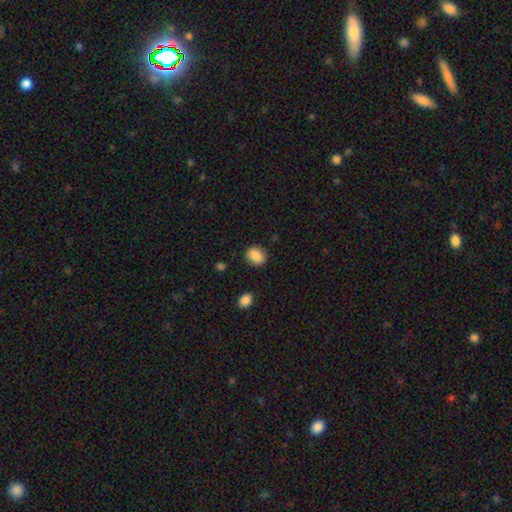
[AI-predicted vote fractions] smooth-or-featured: smooth: 85% | star or artifact: 8% | featured or disk: 7%
  how-rounded: round: 58% | in between: 41% | cigar-shaped: 1%
  merging: none: 83% | minor disturbance: 12% | major disturbance: 3% | merger: 2%